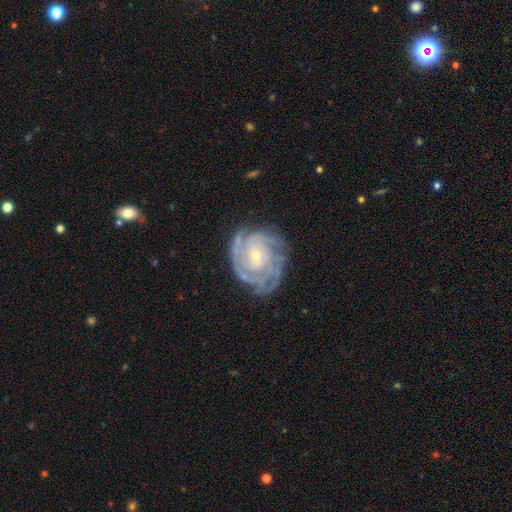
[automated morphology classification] The model was most divided on "spiral arm count": can't tell: 31%, 3: 23%, 4: 19%, 2: 15%, more than 4: 7%, 1: 6%. More confident: edge-on disk — no (97%); spiral arms — yes (95%); smooth or featured — featured or disk (86%); spiral winding — tight (72%); bulge size — small (71%); merging — none (70%); bar — no (70%).